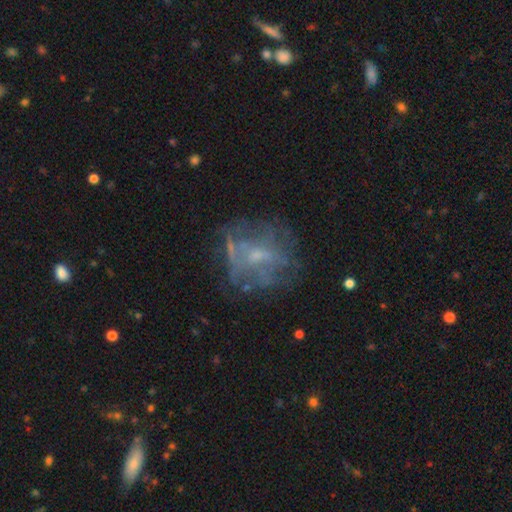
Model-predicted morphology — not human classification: Smooth or featured? featured or disk (59%)
Edge-on disk? no (96%)
Bar? no (68%)
Spiral arms? no (70%)
Bulge size? small (54%)
Merging? none (60%)